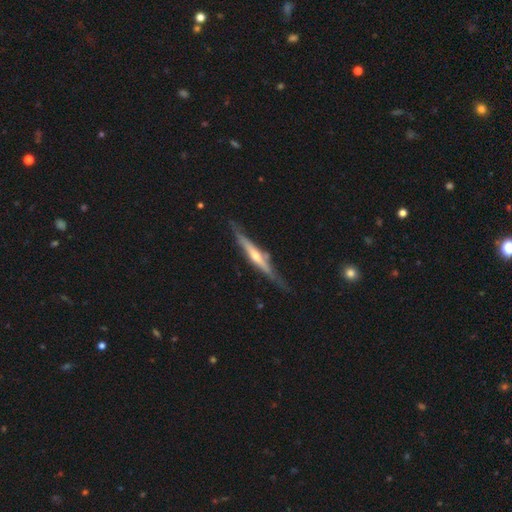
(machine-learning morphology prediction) Smooth or featured?
  - featured or disk: 79% *
  - smooth: 15%
  - star or artifact: 5%
Edge-on disk?
  - yes: 96% *
  - no: 4%
Edge-on bulge?
  - rounded: 73% *
  - none: 16%
  - boxy: 12%
Merging?
  - none: 78% *
  - minor disturbance: 16%
  - major disturbance: 3%
  - merger: 2%